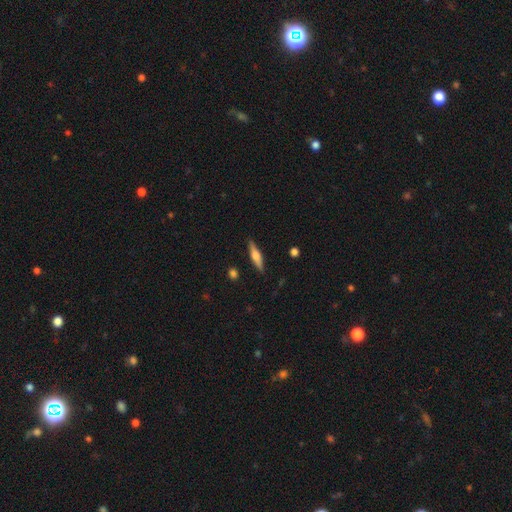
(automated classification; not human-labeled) A smooth galaxy with no disk features (49%).

Vote fractions:
- Smooth or featured? smooth: 49% / featured or disk: 44% / star or artifact: 6%
- Merging? none: 87% / minor disturbance: 9% / major disturbance: 2% / merger: 2%